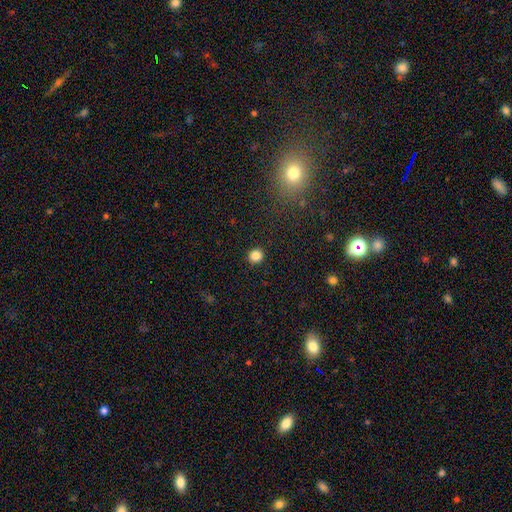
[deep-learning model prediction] Overall: smooth (84%). How rounded: round (92%). Merging: none (92%).